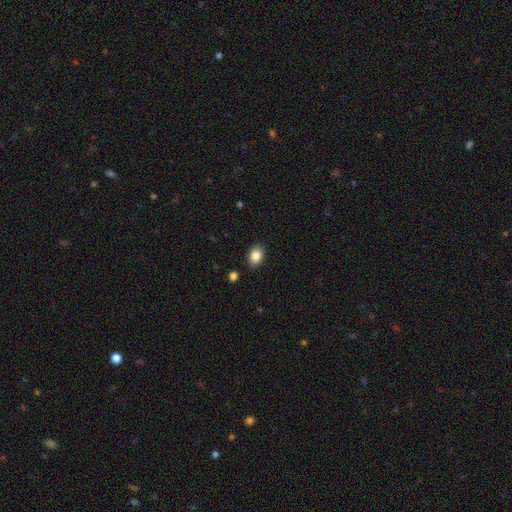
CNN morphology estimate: Overall: smooth (85%). How rounded: in between (78%). Merging: none (87%).